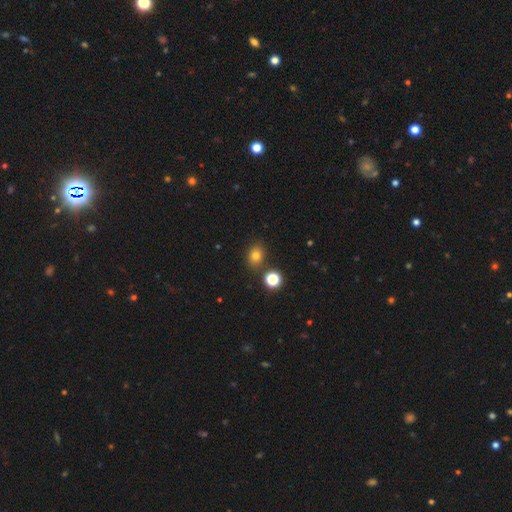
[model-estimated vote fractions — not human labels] Overall: smooth (75%). How rounded: in between (50%; round 49%). Merging: none (80%).